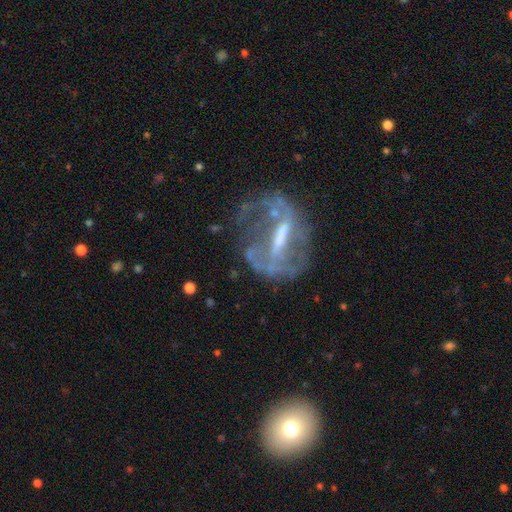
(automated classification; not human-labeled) Morphology: type=featured or disk (78%); edge-on=no (92%); bar=strong (57%); spiral arms=yes (62%); bulge=moderate (40%); merging=none (48%).